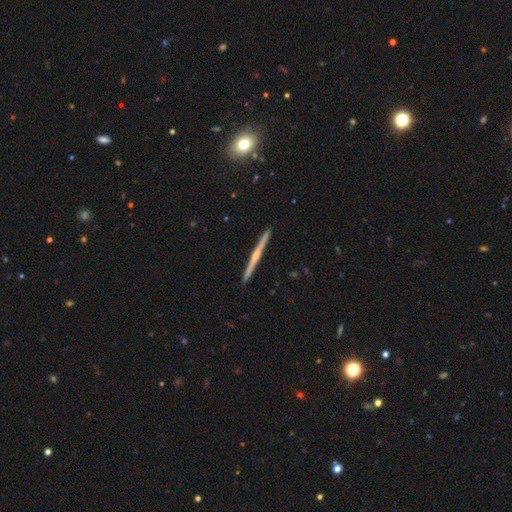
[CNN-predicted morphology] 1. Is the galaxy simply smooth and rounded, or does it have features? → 69% featured or disk, 26% smooth, 6% star or artifact.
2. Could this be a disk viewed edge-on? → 98% yes, 2% no.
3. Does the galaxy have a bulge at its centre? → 47% rounded, 46% none, 7% boxy.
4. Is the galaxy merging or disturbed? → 93% none, 5% minor disturbance, 1% merger, 1% major disturbance.